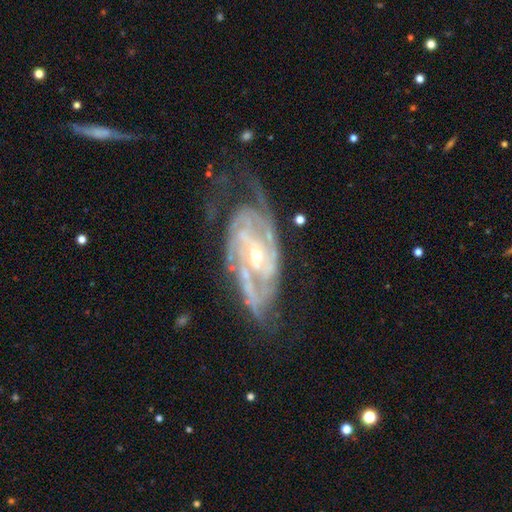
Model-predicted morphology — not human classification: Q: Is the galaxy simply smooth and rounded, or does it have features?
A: featured or disk — 90%.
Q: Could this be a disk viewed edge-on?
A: no — 95%.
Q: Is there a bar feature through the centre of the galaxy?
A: weak — 42%.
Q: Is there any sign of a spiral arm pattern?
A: yes — 97%.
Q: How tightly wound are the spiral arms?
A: tight — 59%.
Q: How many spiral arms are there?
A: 2 — 43%.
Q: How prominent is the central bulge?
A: small — 56%.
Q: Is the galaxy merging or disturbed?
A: none — 58%.